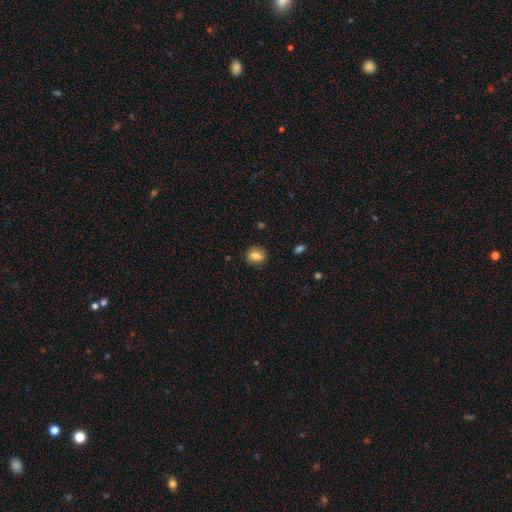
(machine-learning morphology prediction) This is likely a smooth galaxy (77%). How rounded: possibly round (54%). Merging: clearly none (84%).